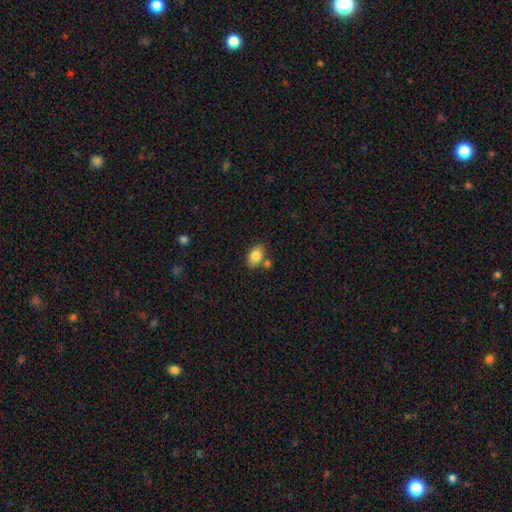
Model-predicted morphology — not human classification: Smooth or featured?
  - smooth: 83% *
  - featured or disk: 9%
  - star or artifact: 8%
How rounded?
  - in between: 82% *
  - round: 17%
  - cigar-shaped: 1%
Merging?
  - none: 70% *
  - merger: 15%
  - minor disturbance: 13%
  - major disturbance: 3%